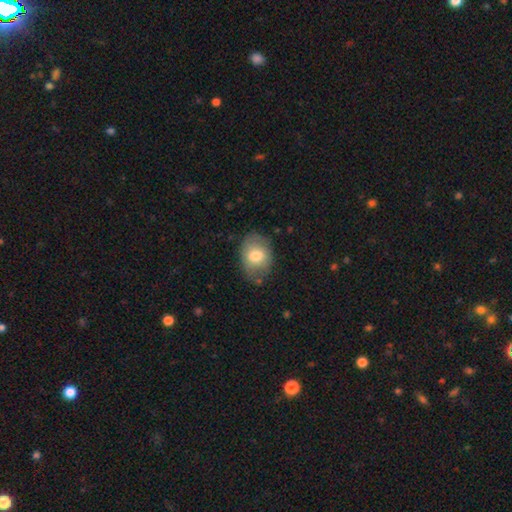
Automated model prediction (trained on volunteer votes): Smooth or featured?
  - smooth: 76% *
  - featured or disk: 17%
  - star or artifact: 7%
How rounded?
  - in between: 72% *
  - round: 27%
  - cigar-shaped: 1%
Merging?
  - none: 72% *
  - minor disturbance: 21%
  - major disturbance: 5%
  - merger: 2%